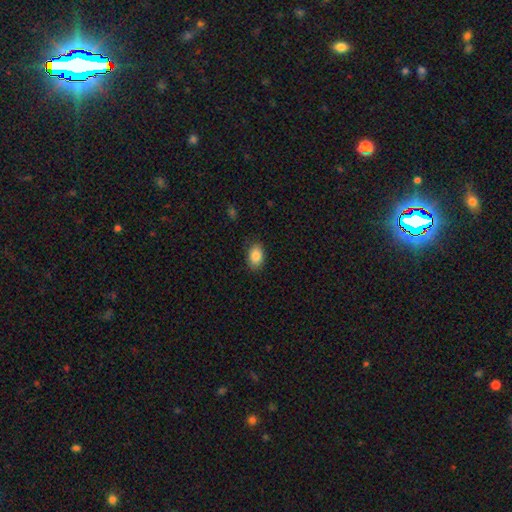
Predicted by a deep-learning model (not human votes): A smooth galaxy with no disk features (86%) that is in between round and cigar-shaped (88%).

Vote fractions:
- Smooth or featured? smooth: 86% / star or artifact: 8% / featured or disk: 6%
- How rounded? in between: 88% / round: 11% / cigar-shaped: 1%
- Merging? none: 86% / minor disturbance: 11% / major disturbance: 2% / merger: 1%